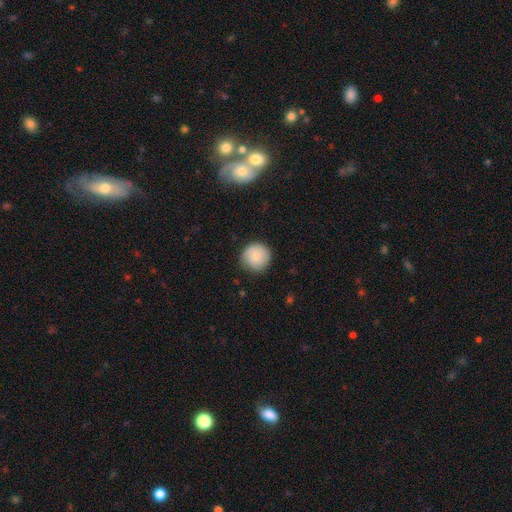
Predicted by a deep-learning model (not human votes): Smooth or featured?
  - smooth: 83% *
  - featured or disk: 10%
  - star or artifact: 7%
How rounded?
  - round: 95% *
  - in between: 4%
  - cigar-shaped: 1%
Merging?
  - none: 83% *
  - minor disturbance: 13%
  - major disturbance: 3%
  - merger: 1%